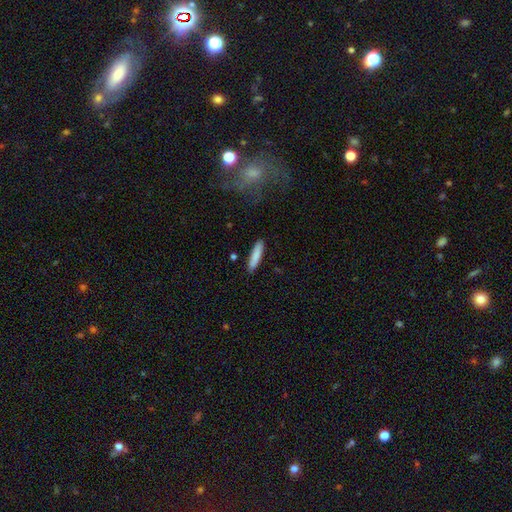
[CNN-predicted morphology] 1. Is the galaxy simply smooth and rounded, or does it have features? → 83% smooth, 11% featured or disk, 6% star or artifact.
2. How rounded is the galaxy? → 84% cigar-shaped, 14% in between, 1% round.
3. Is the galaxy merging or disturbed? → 89% none, 8% minor disturbance, 2% major disturbance, 2% merger.